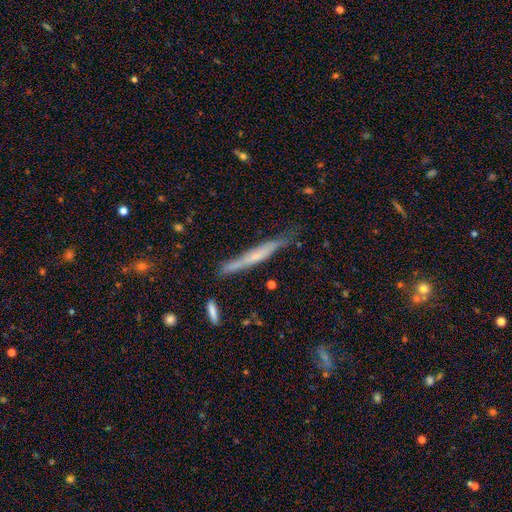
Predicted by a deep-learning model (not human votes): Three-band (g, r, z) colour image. It shows a featured or disk galaxy (54%) viewed edge-on (92%). Merging: none (69%).